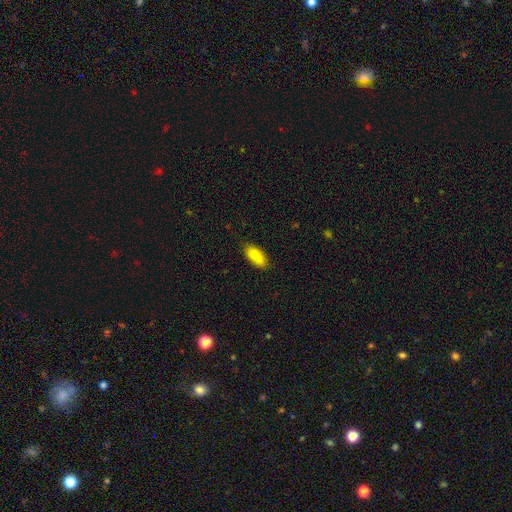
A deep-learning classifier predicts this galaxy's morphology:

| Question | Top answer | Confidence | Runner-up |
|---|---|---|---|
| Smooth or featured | smooth | 89% | star or artifact (6%) |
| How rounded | in between | 86% | cigar-shaped (12%) |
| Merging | none | 83% | minor disturbance (14%) |